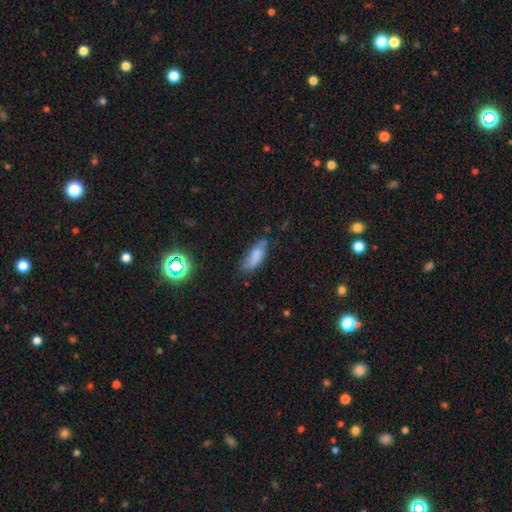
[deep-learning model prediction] A smooth galaxy with no disk features (75%) that is in between round and cigar-shaped (68%). Merging: none (56%).